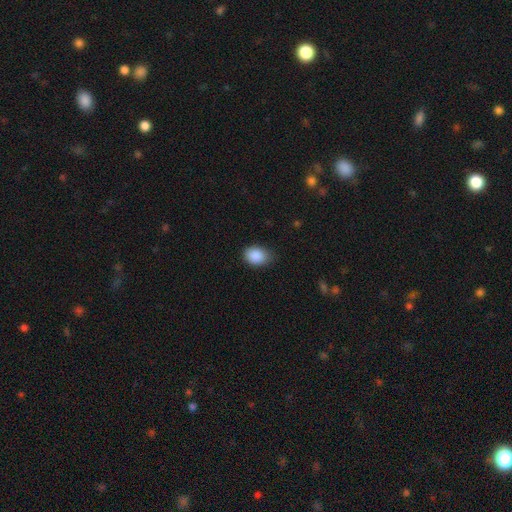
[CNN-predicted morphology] smooth-or-featured: smooth: 89% | star or artifact: 8% | featured or disk: 3%
  how-rounded: in between: 71% | round: 28% | cigar-shaped: 1%
  merging: none: 75% | minor disturbance: 21% | major disturbance: 3% | merger: 1%